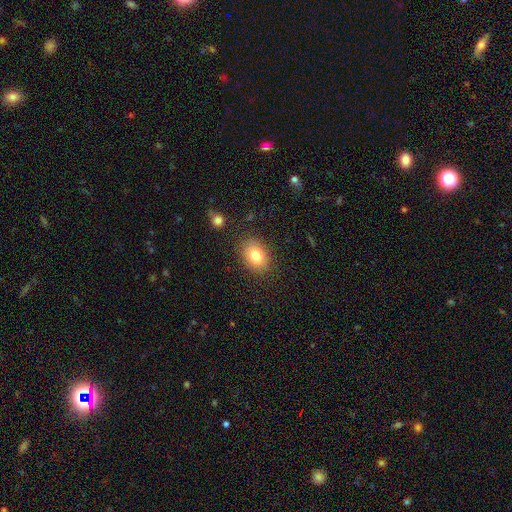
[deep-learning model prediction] Overall: smooth (81%). How rounded: in between (70%). Merging: none (85%).